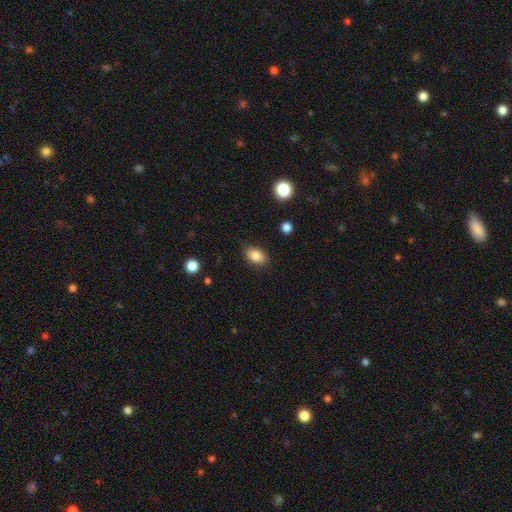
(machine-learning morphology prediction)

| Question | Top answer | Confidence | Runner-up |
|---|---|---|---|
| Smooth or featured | smooth | 84% | star or artifact (9%) |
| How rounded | in between | 86% | round (12%) |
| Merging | none | 87% | minor disturbance (9%) |